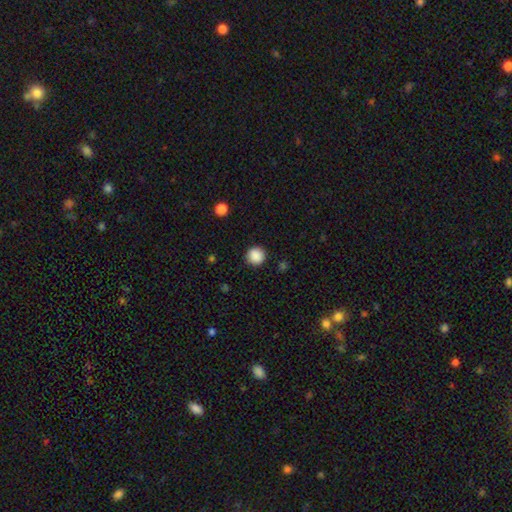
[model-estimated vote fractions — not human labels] Overall: smooth (88%). How rounded: round (94%). Merging: none (90%).